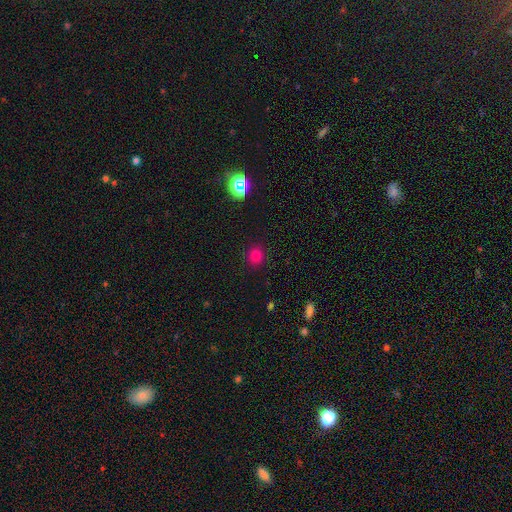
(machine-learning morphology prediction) A smooth galaxy with no disk features (77%) that is round (90%). Merging: none (91%).